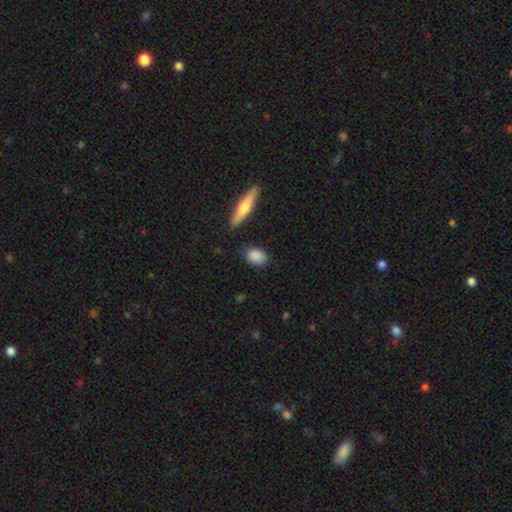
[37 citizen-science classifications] smooth_or_featured: smooth (p=0.78) [alt: featured or disk p=0.19]
how_rounded: in between (p=0.55) [alt: round p=0.31]
merging: none (p=0.75) [alt: minor disturbance p=0.19]